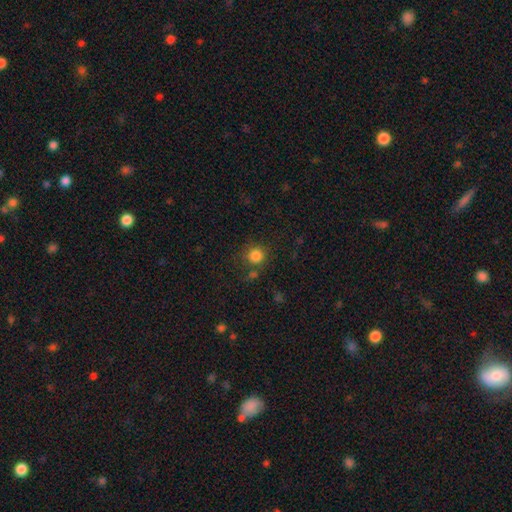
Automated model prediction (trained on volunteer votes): Q: Smooth or featured?
A: smooth (83%); runner-up: star or artifact (12%)
Q: How rounded?
A: round (91%); runner-up: in between (8%)
Q: Merging?
A: none (75%); runner-up: minor disturbance (11%)